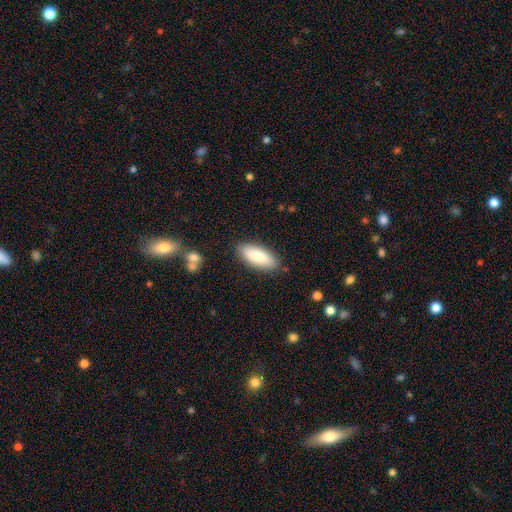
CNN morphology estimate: smooth-or-featured: smooth: 78% | featured or disk: 16% | star or artifact: 6%
  how-rounded: in between: 80% | cigar-shaped: 18% | round: 2%
  merging: none: 85% | minor disturbance: 10% | major disturbance: 2% | merger: 2%